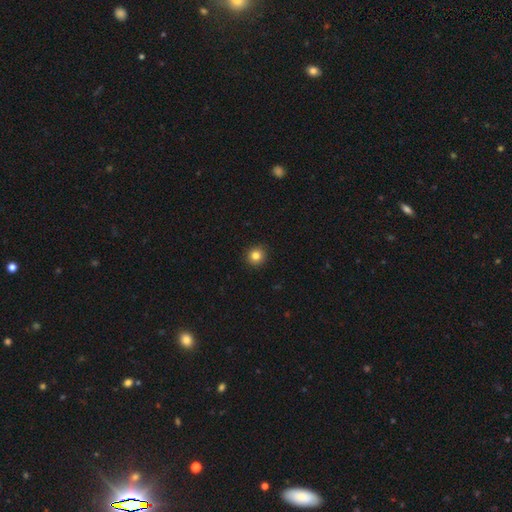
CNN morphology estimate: smooth-or-featured: smooth: 83% | star or artifact: 12% | featured or disk: 6%
  how-rounded: round: 94% | in between: 5% | cigar-shaped: 1%
  merging: none: 93% | minor disturbance: 5% | major disturbance: 1% | merger: 1%